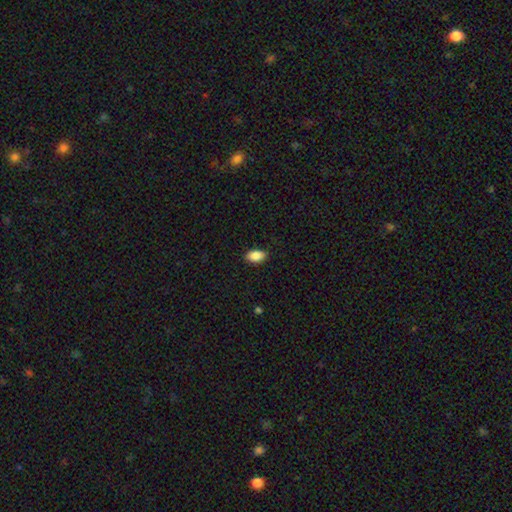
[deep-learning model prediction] Smooth or featured?
  - smooth: 88% *
  - star or artifact: 7%
  - featured or disk: 4%
How rounded?
  - in between: 93% *
  - round: 5%
  - cigar-shaped: 2%
Merging?
  - none: 88% *
  - minor disturbance: 9%
  - major disturbance: 2%
  - merger: 1%